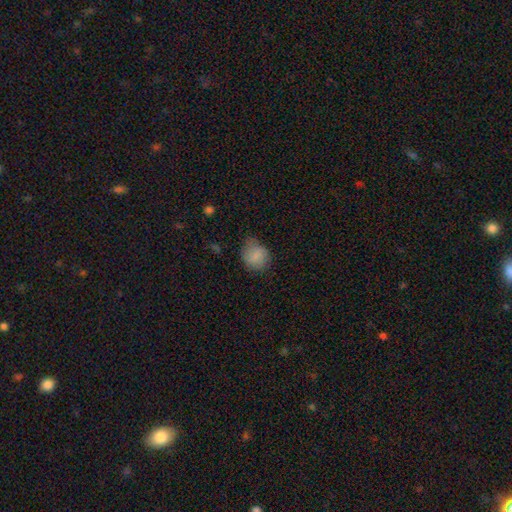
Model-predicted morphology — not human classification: Smooth or featured? Predicted: smooth (p=0.82). How rounded? Predicted: round (p=0.63). Merging? Predicted: none (p=0.60).